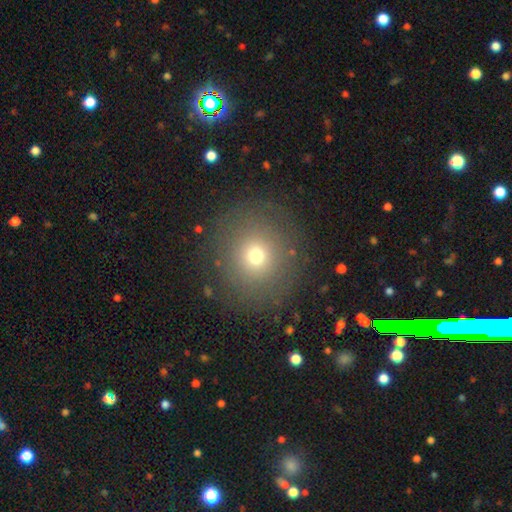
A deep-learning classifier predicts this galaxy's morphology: A smooth galaxy with no disk features (67%) that is round (89%).

Vote fractions:
- Smooth or featured? smooth: 67% / star or artifact: 19% / featured or disk: 14%
- How rounded? round: 89% / in between: 10% / cigar-shaped: 1%
- Merging? none: 84% / minor disturbance: 9% / major disturbance: 6% / merger: 1%